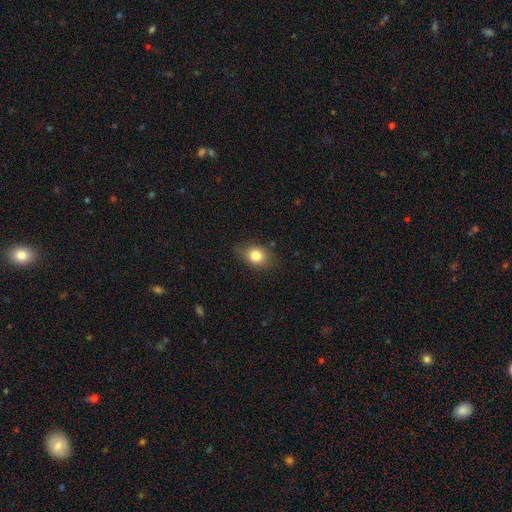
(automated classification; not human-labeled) Overall: smooth (82%). How rounded: in between (54%; round 45%). Merging: none (76%).